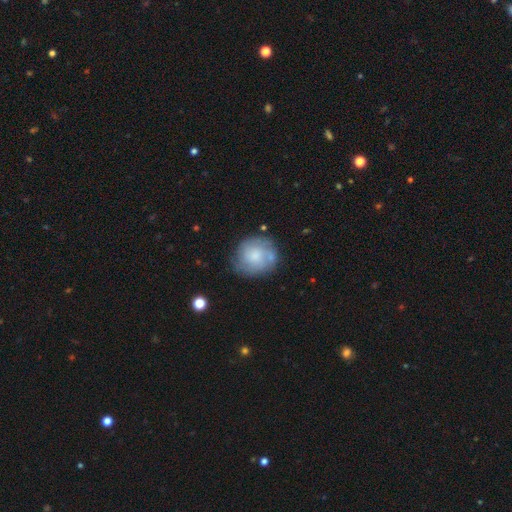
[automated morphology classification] A smooth galaxy with no disk features (53%) that is round (84%). Merging: none (67%).